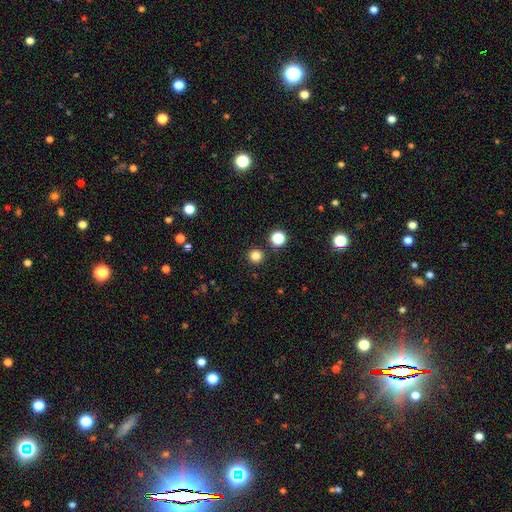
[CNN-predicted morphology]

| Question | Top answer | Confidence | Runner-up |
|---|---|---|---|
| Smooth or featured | smooth | 82% | star or artifact (14%) |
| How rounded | round | 95% | in between (4%) |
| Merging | none | 91% | minor disturbance (5%) |